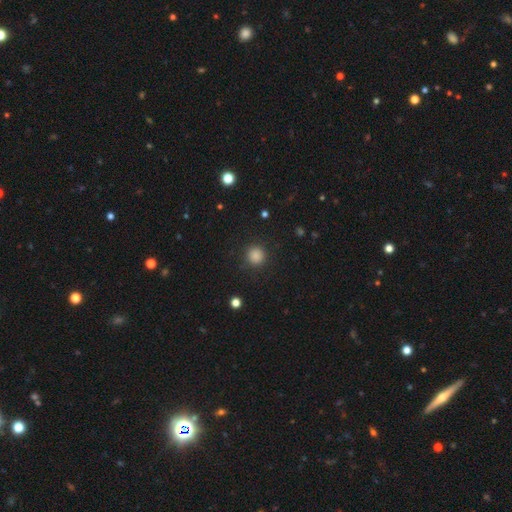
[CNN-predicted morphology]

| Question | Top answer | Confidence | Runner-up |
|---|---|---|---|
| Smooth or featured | smooth | 84% | star or artifact (12%) |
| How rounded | round | 94% | in between (5%) |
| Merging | none | 89% | minor disturbance (7%) |